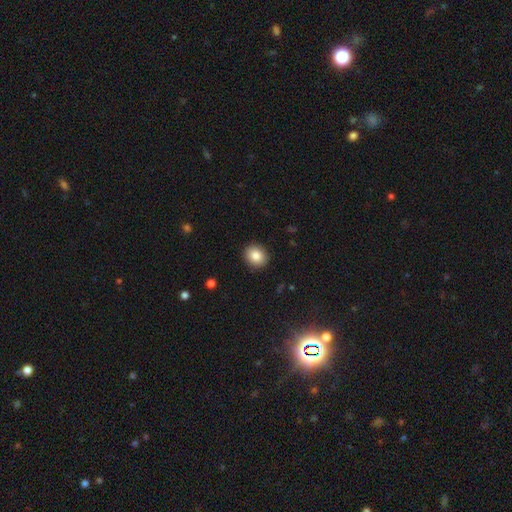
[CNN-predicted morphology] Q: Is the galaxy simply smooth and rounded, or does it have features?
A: smooth — 85%.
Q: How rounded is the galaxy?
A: round — 75%.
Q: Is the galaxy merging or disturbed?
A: none — 91%.